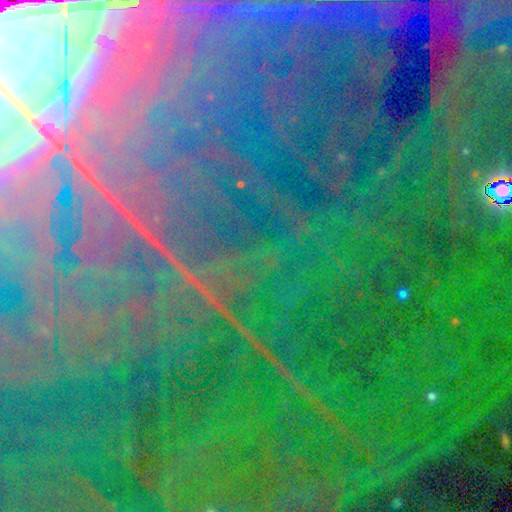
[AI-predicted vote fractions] This appears to be a star or artifact, not a galaxy (89%).